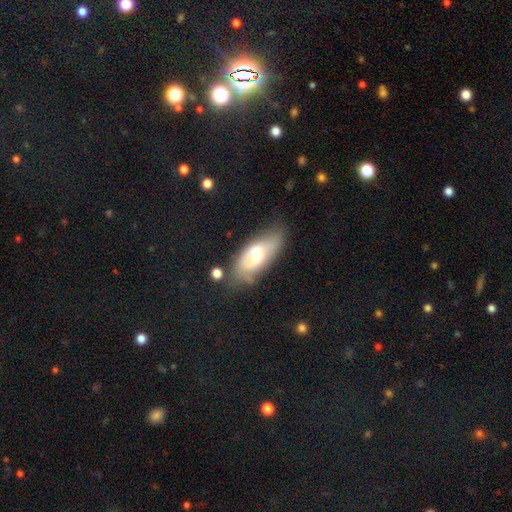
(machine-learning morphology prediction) type=smooth (53%); roundness=in between (83%); merging=none (47%).